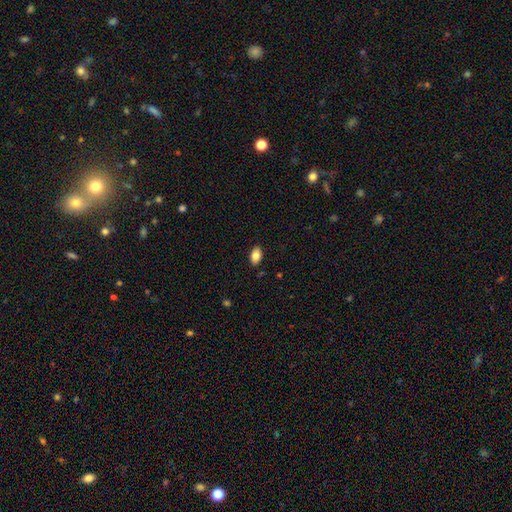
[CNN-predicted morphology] smooth-or-featured: smooth: 84% | star or artifact: 8% | featured or disk: 8%
  how-rounded: in between: 91% | round: 6% | cigar-shaped: 2%
  merging: none: 88% | minor disturbance: 9% | major disturbance: 2% | merger: 1%